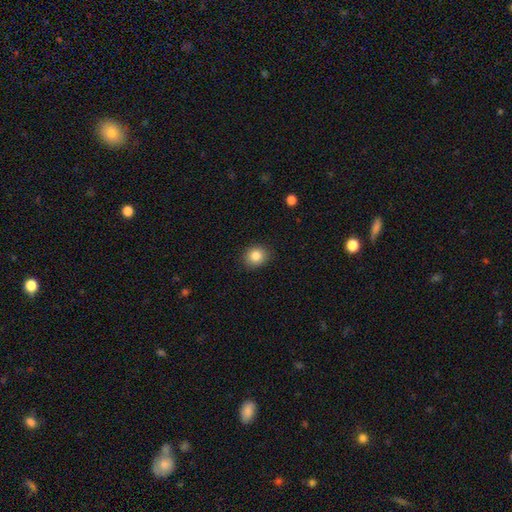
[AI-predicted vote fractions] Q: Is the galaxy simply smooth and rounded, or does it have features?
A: smooth — 84%.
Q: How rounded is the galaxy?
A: round — 69%.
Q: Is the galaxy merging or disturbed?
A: none — 89%.